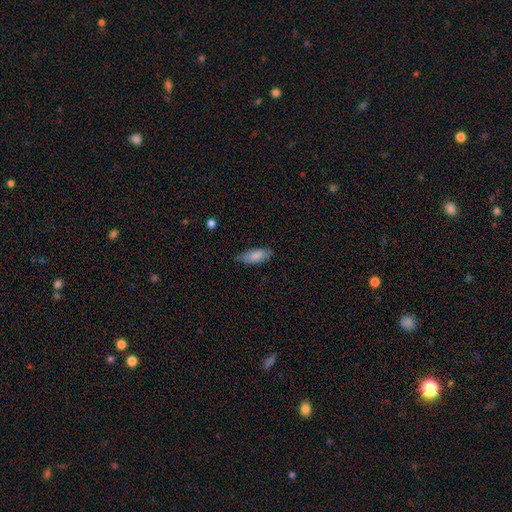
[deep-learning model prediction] Morphology: type=smooth (84%); roundness=in between (78%); merging=none (61%).